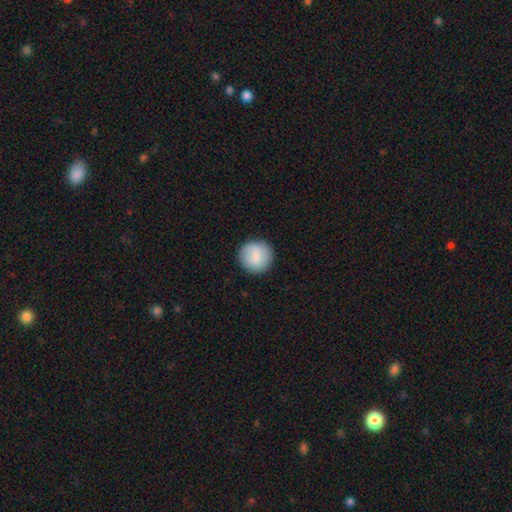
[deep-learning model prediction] This is clearly a smooth galaxy (83%). How rounded: clearly round (94%). Merging: clearly none (89%).